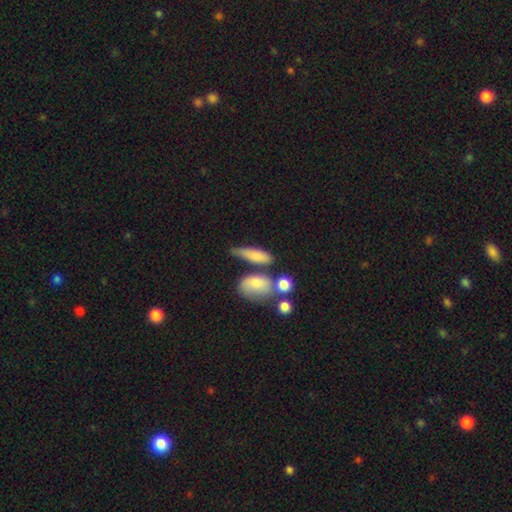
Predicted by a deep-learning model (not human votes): Q: Smooth or featured?
A: smooth (77%); runner-up: featured or disk (15%)
Q: How rounded?
A: in between (50%); runner-up: cigar-shaped (41%)
Q: Merging?
A: none (53%); runner-up: minor disturbance (20%)